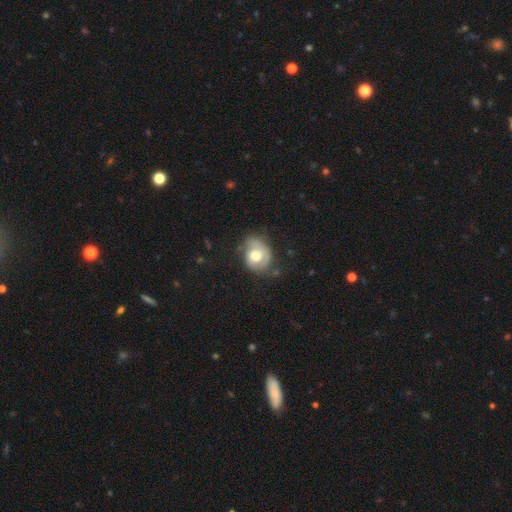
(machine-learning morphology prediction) The model was most divided on "smooth or featured": smooth: 48%, featured or disk: 45%, star or artifact: 7%. Remaining: merging — none (48%).